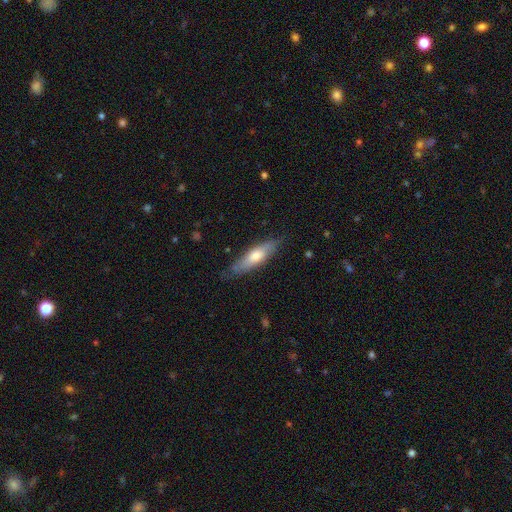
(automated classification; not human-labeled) Smooth or featured: smooth — 57% (featured or disk — 37%)
How rounded: cigar-shaped — 68% (in between — 30%)
Merging: none — 79% (minor disturbance — 17%)